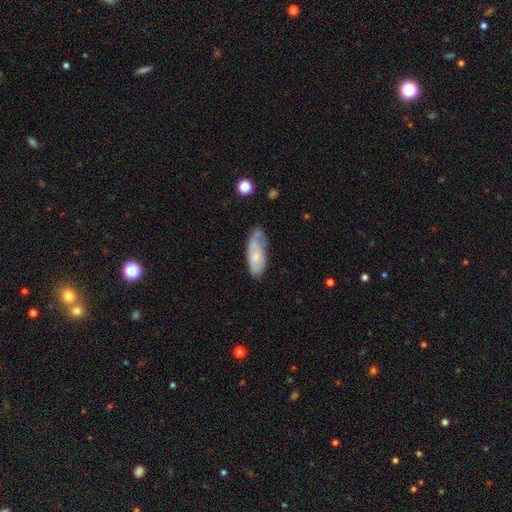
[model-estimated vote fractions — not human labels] Morphology: type=smooth (57%); roundness=in between (72%); merging=none (47%).